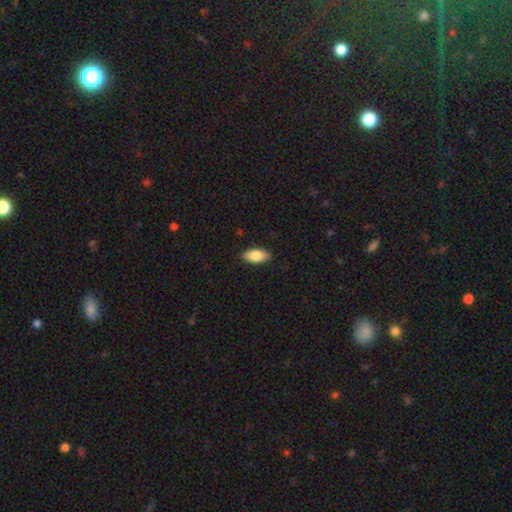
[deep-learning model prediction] This appears to be a smooth galaxy with no disk features (84%) that is in between round and cigar-shaped (91%). Merging: none (89%).